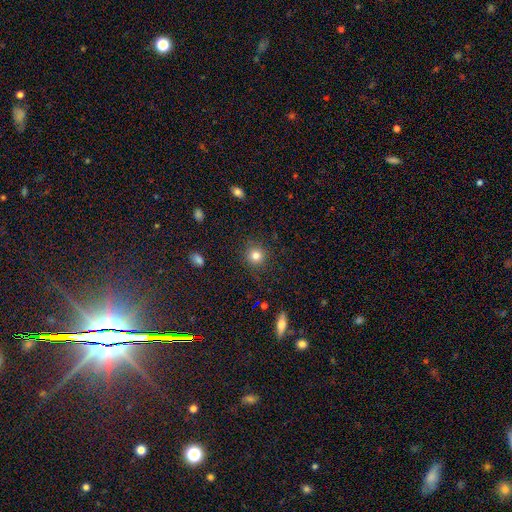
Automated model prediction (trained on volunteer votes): A smooth galaxy with no disk features (80%) that is round (93%). Merging: none (89%).